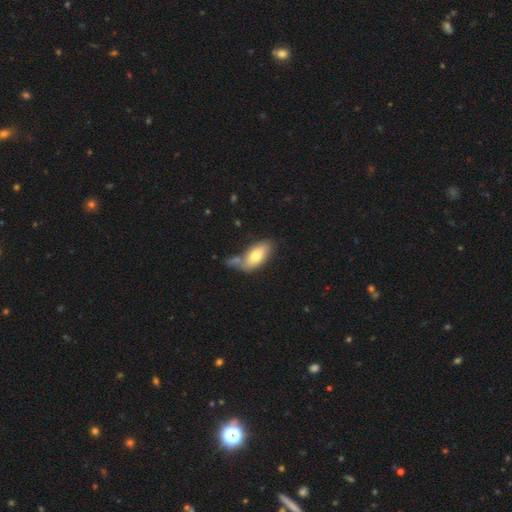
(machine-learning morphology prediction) This is likely a smooth galaxy (74%). How rounded: clearly in between (88%). Merging: possibly none (52%).